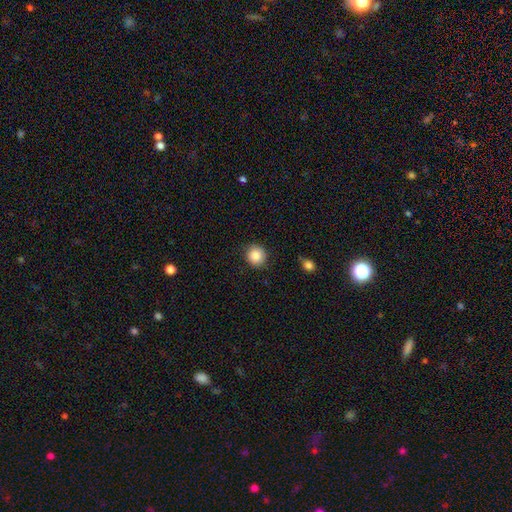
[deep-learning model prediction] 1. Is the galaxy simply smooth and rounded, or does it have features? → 86% smooth, 9% star or artifact, 5% featured or disk.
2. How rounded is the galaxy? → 87% round, 12% in between, 1% cigar-shaped.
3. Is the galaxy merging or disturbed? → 84% none, 11% minor disturbance, 3% major disturbance, 1% merger.